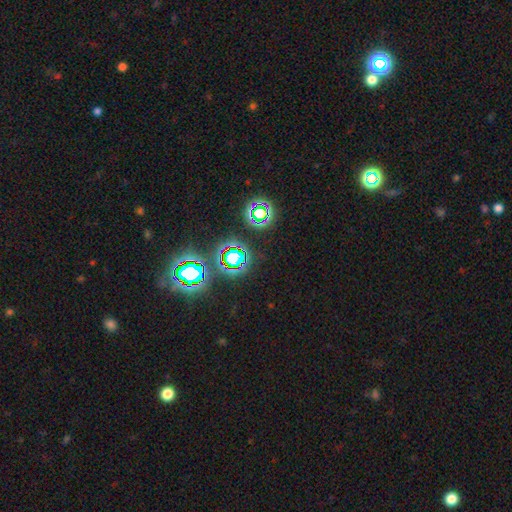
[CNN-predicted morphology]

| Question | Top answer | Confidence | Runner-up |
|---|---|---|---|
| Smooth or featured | star or artifact | 78% | smooth (14%) |